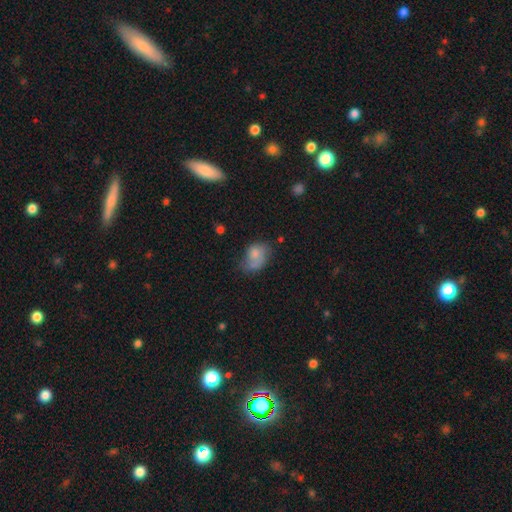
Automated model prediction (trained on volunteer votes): smooth-or-featured: smooth: 66% | featured or disk: 24% | star or artifact: 9%
  how-rounded: in between: 75% | round: 24% | cigar-shaped: 1%
  merging: none: 36% | minor disturbance: 32% | major disturbance: 24% | merger: 8%